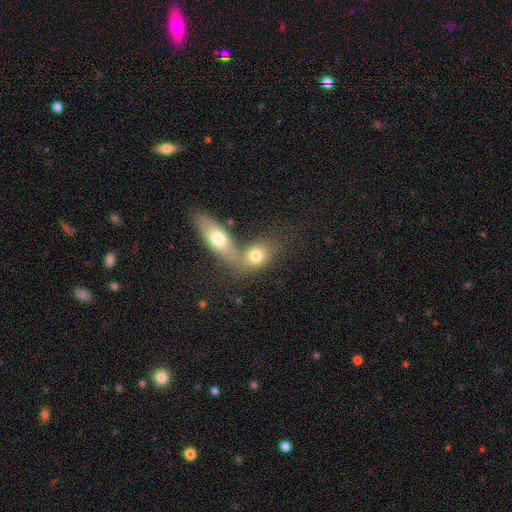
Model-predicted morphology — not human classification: smooth_or_featured: smooth (p=0.74) [alt: featured or disk p=0.18]
how_rounded: in between (p=0.62) [alt: round p=0.33]
merging: merger (p=0.53) [alt: none p=0.34]